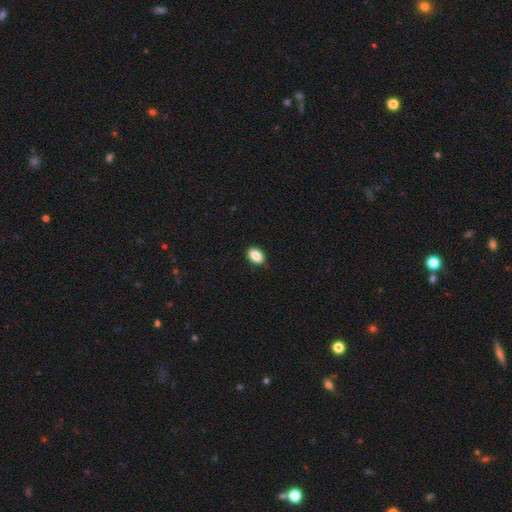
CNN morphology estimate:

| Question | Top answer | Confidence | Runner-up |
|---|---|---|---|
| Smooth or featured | smooth | 87% | star or artifact (8%) |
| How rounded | in between | 88% | round (10%) |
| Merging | none | 85% | minor disturbance (12%) |